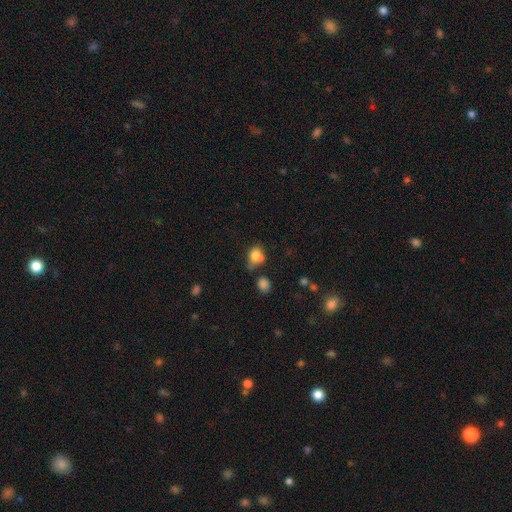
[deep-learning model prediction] Smooth or featured? Predicted: smooth (p=0.78). How rounded? Predicted: in between (p=0.50). Merging? Predicted: none (p=0.41).